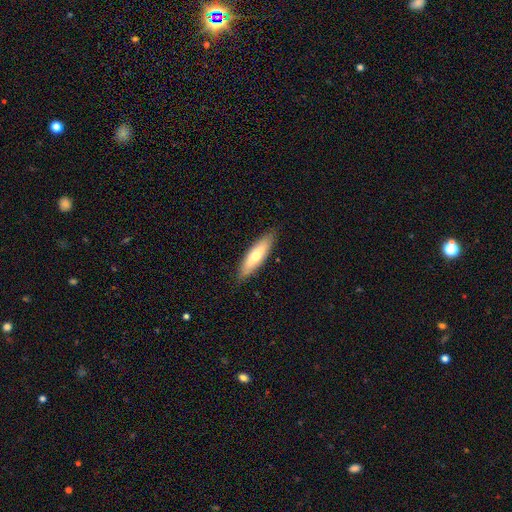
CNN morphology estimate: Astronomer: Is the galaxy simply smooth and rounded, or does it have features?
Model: smooth — 61%.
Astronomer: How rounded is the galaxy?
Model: cigar-shaped — 61% (runner-up: in between, 37%).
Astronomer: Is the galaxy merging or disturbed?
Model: none — 86%.